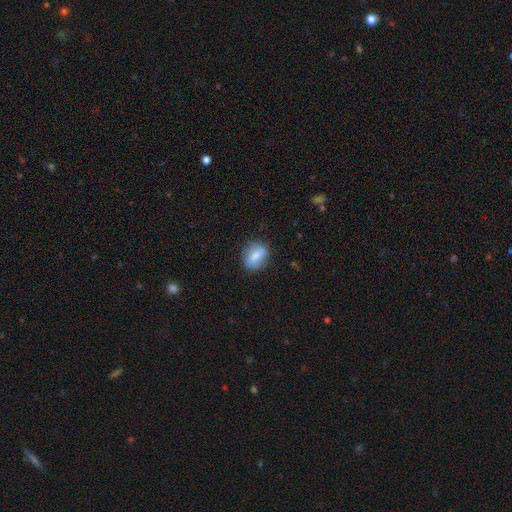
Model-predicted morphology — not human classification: This appears to be a smooth galaxy with no disk features (75%) that is in between round and cigar-shaped (52%). Merging: none (80%).